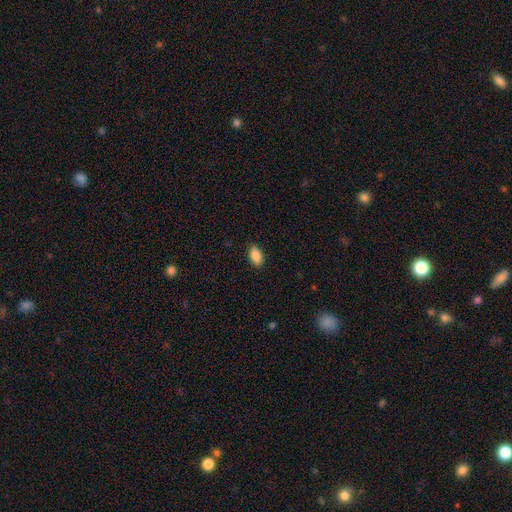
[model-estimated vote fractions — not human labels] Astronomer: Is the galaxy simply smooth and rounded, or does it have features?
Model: smooth — 89%.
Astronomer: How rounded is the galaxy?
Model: in between — 92%.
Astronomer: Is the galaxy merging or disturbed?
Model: none — 86%.